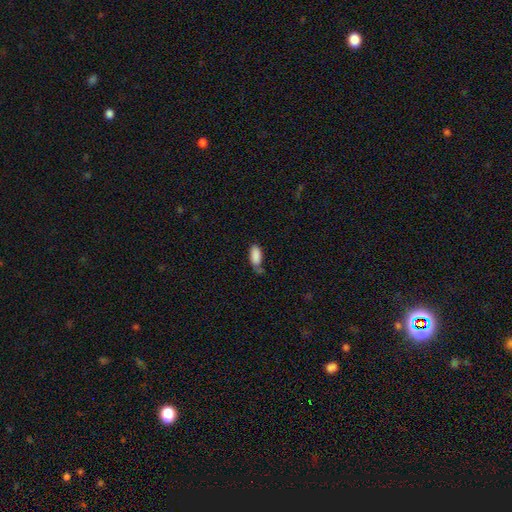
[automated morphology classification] The model was most divided on "merging": none: 48%, minor disturbance: 32%, major disturbance: 14%, merger: 7%. More confident: how rounded — in between (89%); smooth or featured — smooth (87%).